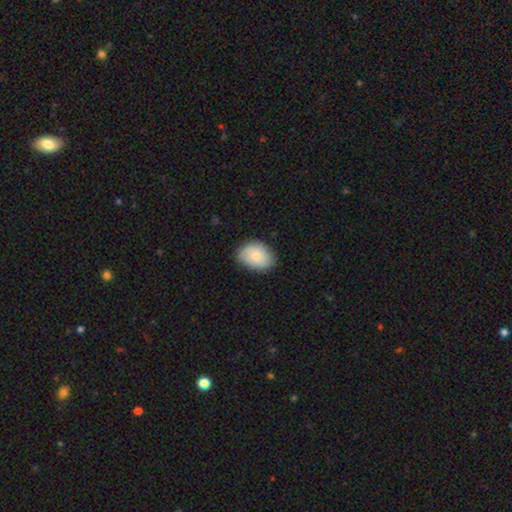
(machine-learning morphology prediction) Smooth or featured? smooth (74%)
How rounded? in between (73%)
Merging? none (76%)